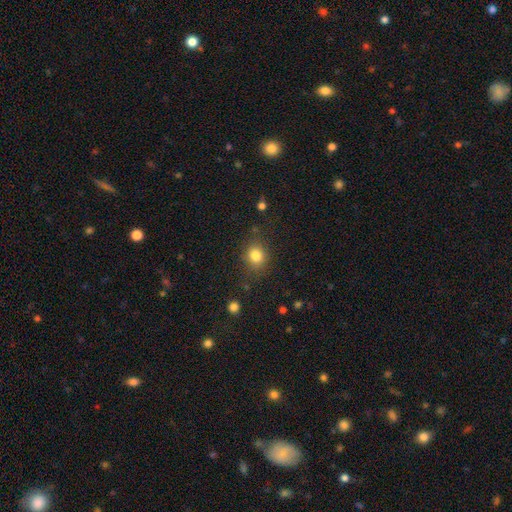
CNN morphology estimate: Smooth or featured? smooth (82%)
How rounded? round (70%)
Merging? none (80%)